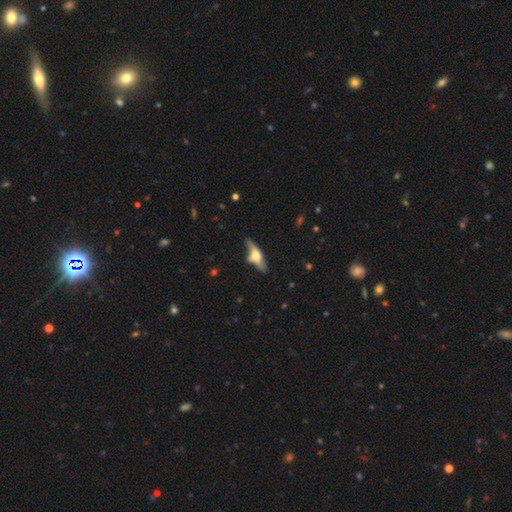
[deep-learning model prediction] Smooth or featured: featured or disk — 60% (smooth — 34%)
Edge-on disk: yes — 82% (no — 18%)
Merging: none — 64% (minor disturbance — 22%)